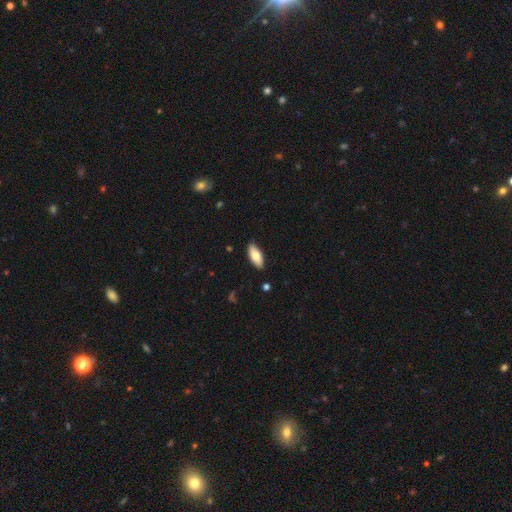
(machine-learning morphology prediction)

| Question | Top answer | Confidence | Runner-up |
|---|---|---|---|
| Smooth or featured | smooth | 77% | featured or disk (18%) |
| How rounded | in between | 81% | cigar-shaped (17%) |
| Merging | none | 88% | minor disturbance (10%) |